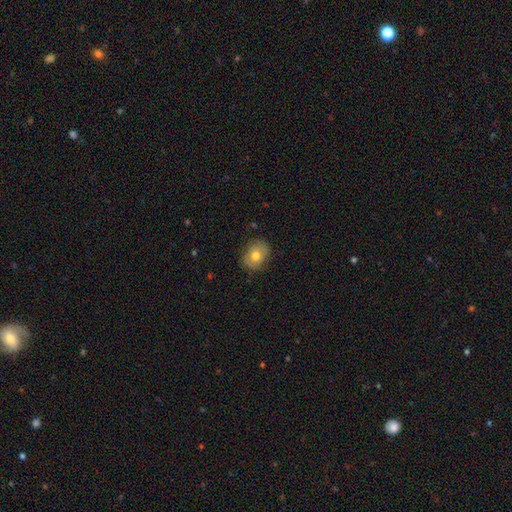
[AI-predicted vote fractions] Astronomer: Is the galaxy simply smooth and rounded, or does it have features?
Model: smooth — 71%.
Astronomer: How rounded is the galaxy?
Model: in between — 57% (runner-up: round, 42%).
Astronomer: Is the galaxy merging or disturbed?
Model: none — 81%.